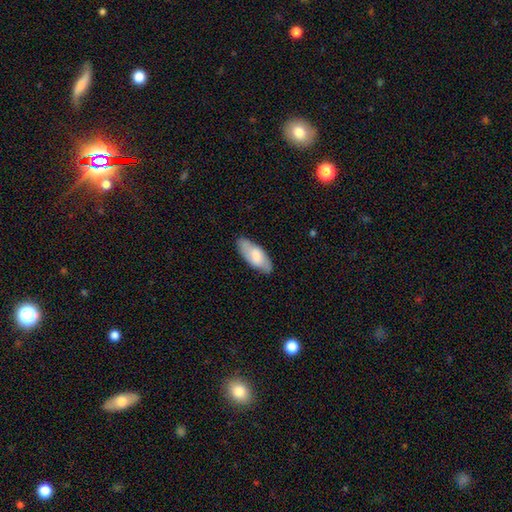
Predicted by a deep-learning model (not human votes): The model was most divided on "smooth or featured": smooth: 69%, featured or disk: 25%, star or artifact: 6%. More confident: how rounded — in between (83%); merging — none (81%).